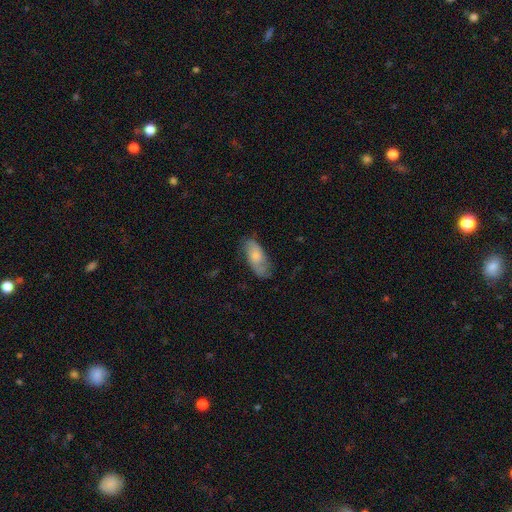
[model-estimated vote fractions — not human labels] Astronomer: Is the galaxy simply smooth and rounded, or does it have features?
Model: smooth — 61%.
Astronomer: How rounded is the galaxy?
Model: in between — 85%.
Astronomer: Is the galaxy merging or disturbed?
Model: none — 62%.